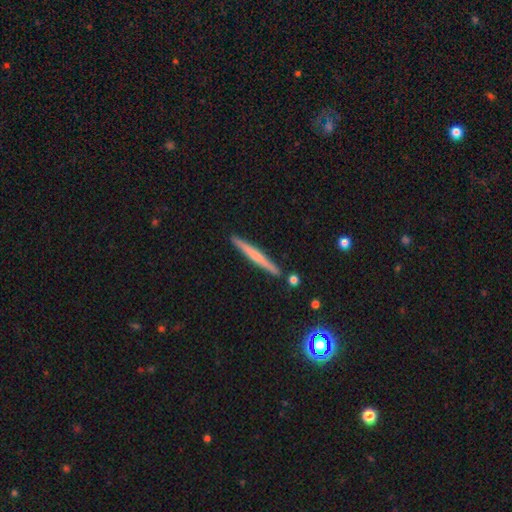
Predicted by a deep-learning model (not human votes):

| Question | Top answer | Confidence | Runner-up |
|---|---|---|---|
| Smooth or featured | featured or disk | 47% | smooth (46%) |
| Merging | none | 90% | minor disturbance (6%) |